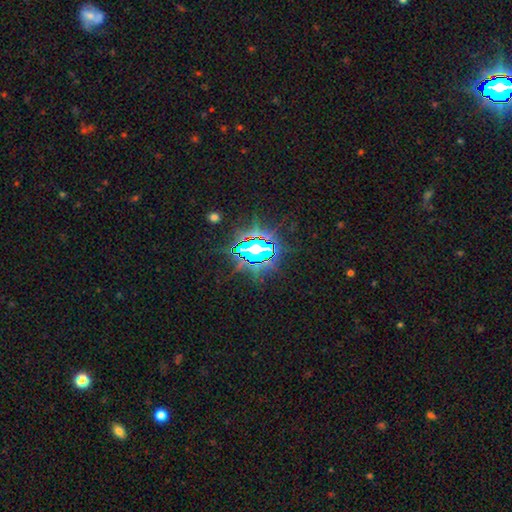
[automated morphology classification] star or artifact 80%, smooth 11%, featured or disk 9%.